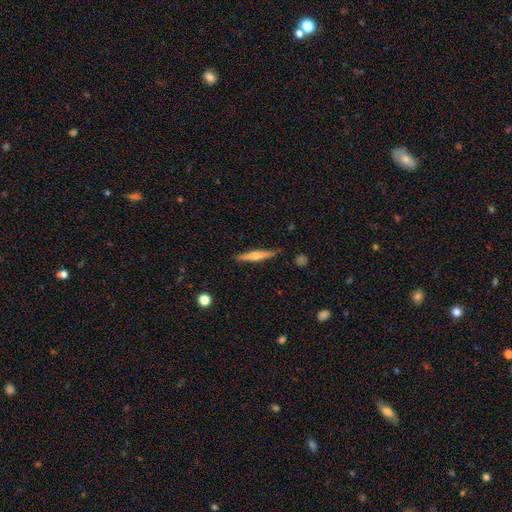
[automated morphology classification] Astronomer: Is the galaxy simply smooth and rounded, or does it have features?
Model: featured or disk — 54% (runner-up: smooth, 40%).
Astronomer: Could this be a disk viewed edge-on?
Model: yes — 97%.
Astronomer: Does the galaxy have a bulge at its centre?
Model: rounded — 85%.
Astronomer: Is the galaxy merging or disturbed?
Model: none — 89%.